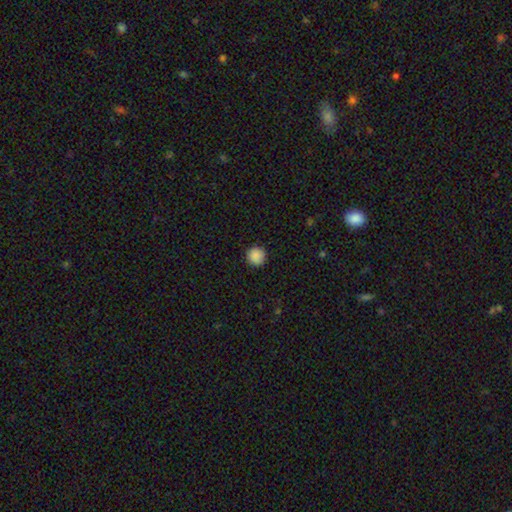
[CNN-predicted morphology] This appears to be a smooth galaxy with no disk features (88%) that is round (95%). Merging: none (90%).